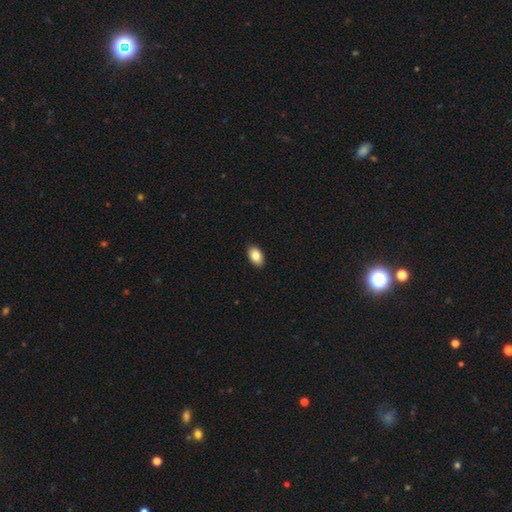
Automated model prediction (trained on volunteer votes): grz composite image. It shows a smooth galaxy with no disk features (85%) that is in between round and cigar-shaped (91%). Merging: none (90%).